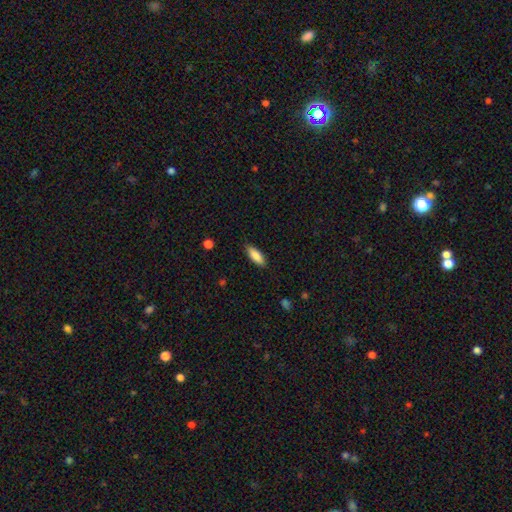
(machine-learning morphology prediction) smooth_or_featured: smooth (p=0.87) [alt: featured or disk p=0.07]
how_rounded: in between (p=0.70) [alt: cigar-shaped p=0.28]
merging: none (p=0.86) [alt: minor disturbance p=0.11]